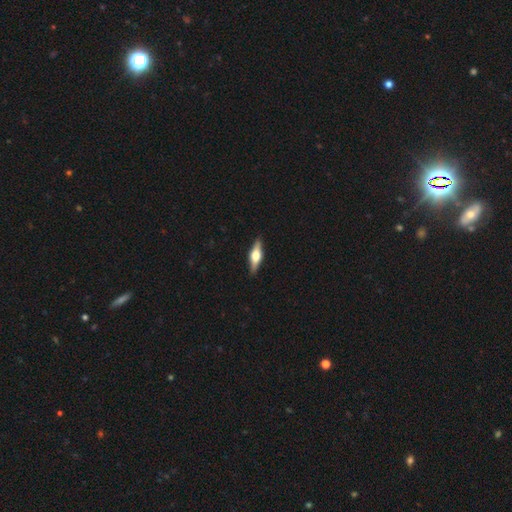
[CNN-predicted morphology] Overall: featured or disk (64%; smooth 30%). Edge-on disk: yes (96%). Edge-on bulge: rounded (93%). Merging: none (90%).